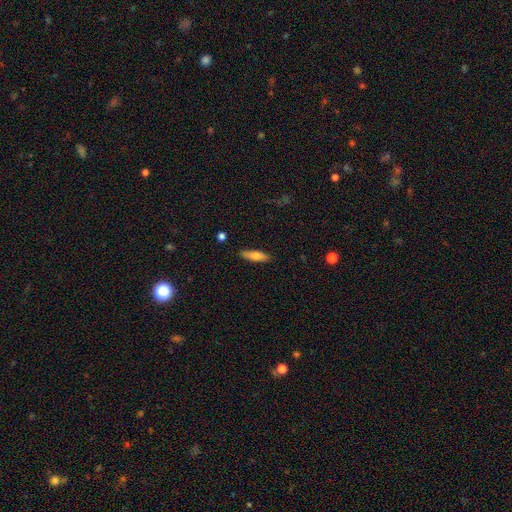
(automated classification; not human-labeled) Smooth or featured?
  - smooth: 71% *
  - featured or disk: 23%
  - star or artifact: 7%
How rounded?
  - cigar-shaped: 57% *
  - in between: 41%
  - round: 2%
Merging?
  - none: 88% *
  - minor disturbance: 9%
  - major disturbance: 2%
  - merger: 1%